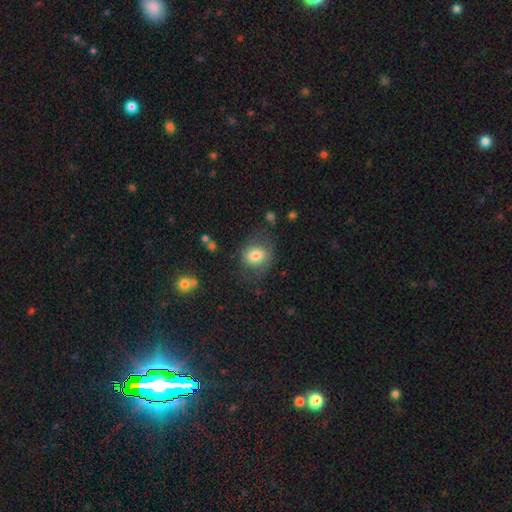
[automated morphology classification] A smooth galaxy with no disk features (73%) that is round (61%).

Vote fractions:
- Smooth or featured? smooth: 73% / featured or disk: 18% / star or artifact: 9%
- How rounded? round: 61% / in between: 39% / cigar-shaped: 1%
- Merging? none: 63% / minor disturbance: 21% / major disturbance: 14% / merger: 3%